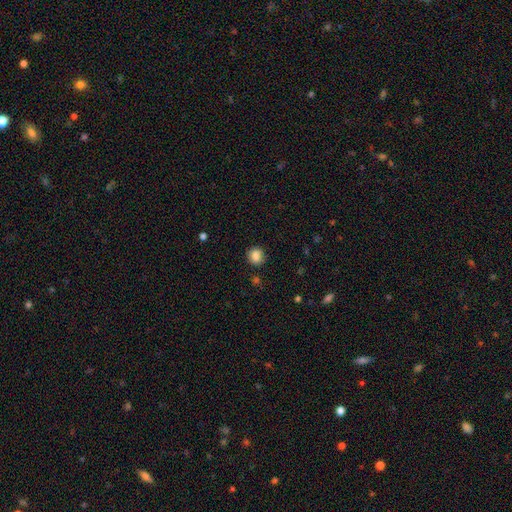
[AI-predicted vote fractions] Morphology: type=smooth (85%); roundness=round (86%); merging=none (88%).